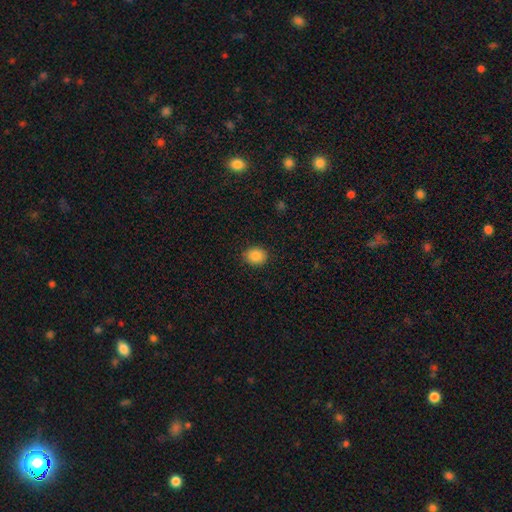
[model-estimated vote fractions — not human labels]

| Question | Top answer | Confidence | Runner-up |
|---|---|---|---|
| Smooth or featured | smooth | 87% | star or artifact (9%) |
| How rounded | round | 61% | in between (38%) |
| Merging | none | 88% | minor disturbance (8%) |